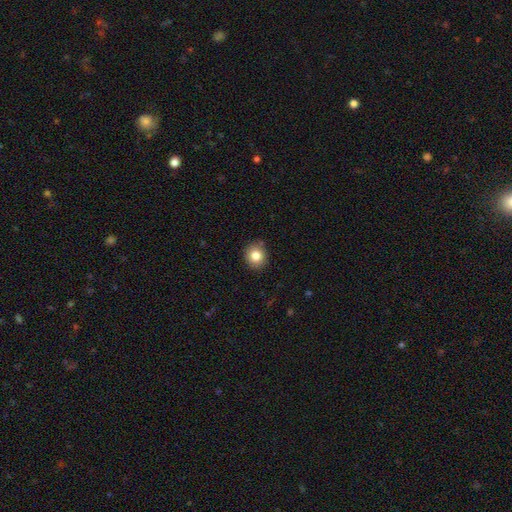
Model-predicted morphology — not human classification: Smooth or featured: smooth — 82% (star or artifact — 10%)
How rounded: round — 86% (in between — 13%)
Merging: none — 88% (minor disturbance — 8%)